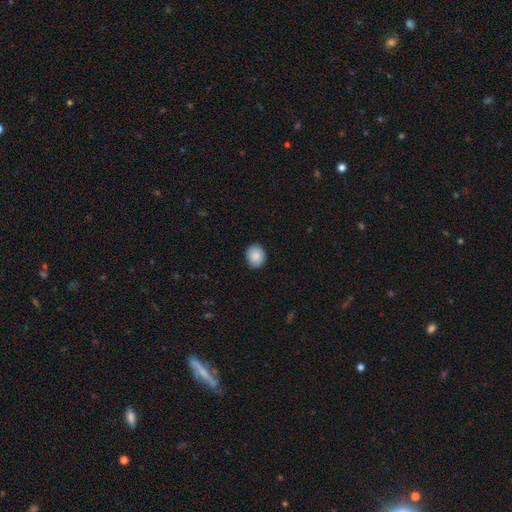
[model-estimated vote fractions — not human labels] smooth_or_featured: smooth (p=0.88) [alt: star or artifact p=0.08]
how_rounded: round (p=0.65) [alt: in between p=0.35]
merging: none (p=0.89) [alt: minor disturbance p=0.08]